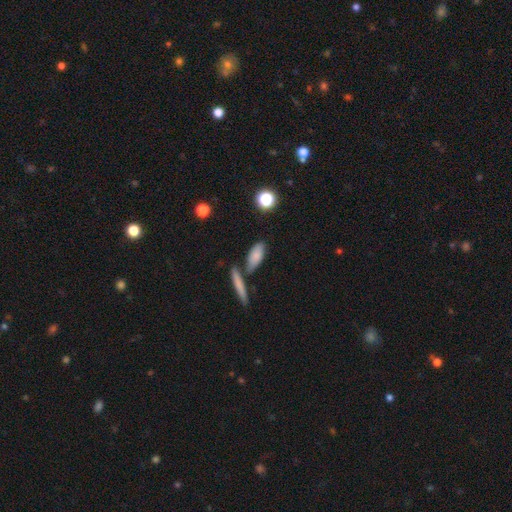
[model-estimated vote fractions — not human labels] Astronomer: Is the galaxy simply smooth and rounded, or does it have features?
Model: smooth — 80%.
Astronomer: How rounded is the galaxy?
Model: in between — 73%.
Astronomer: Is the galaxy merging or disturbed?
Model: none — 65%.